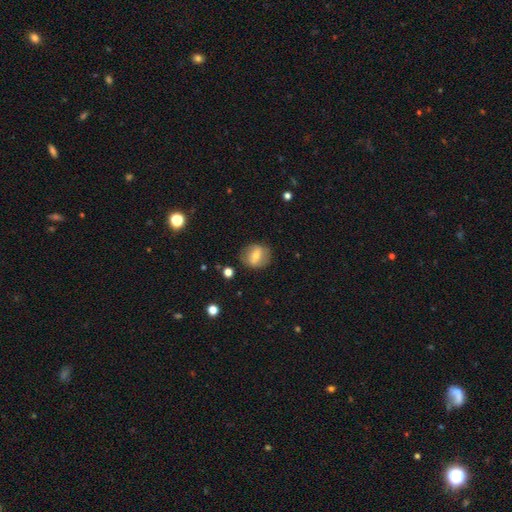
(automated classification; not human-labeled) Smooth or featured? smooth (54%)
How rounded? round (64%)
Merging? none (81%)